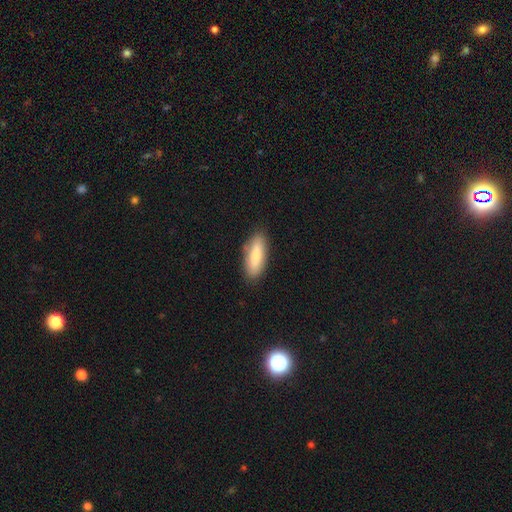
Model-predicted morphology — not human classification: A smooth galaxy with no disk features (78%) that is in between round and cigar-shaped (63%). Merging: none (84%).